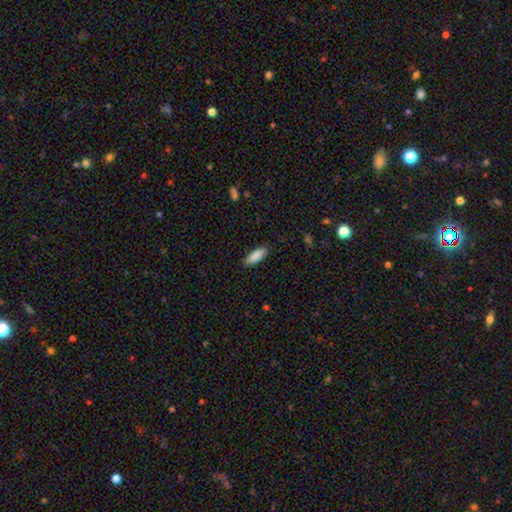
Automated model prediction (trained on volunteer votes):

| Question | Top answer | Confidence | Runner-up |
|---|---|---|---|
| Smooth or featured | smooth | 88% | star or artifact (6%) |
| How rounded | in between | 65% | cigar-shaped (34%) |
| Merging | none | 88% | minor disturbance (9%) |